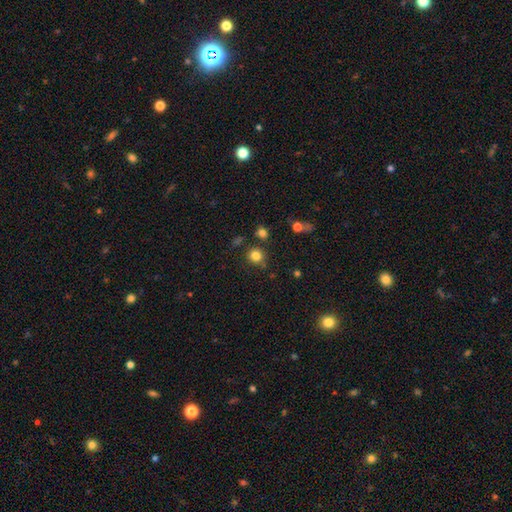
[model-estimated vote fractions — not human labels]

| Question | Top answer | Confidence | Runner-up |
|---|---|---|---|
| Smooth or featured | smooth | 82% | star or artifact (12%) |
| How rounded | round | 88% | in between (11%) |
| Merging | none | 80% | minor disturbance (10%) |